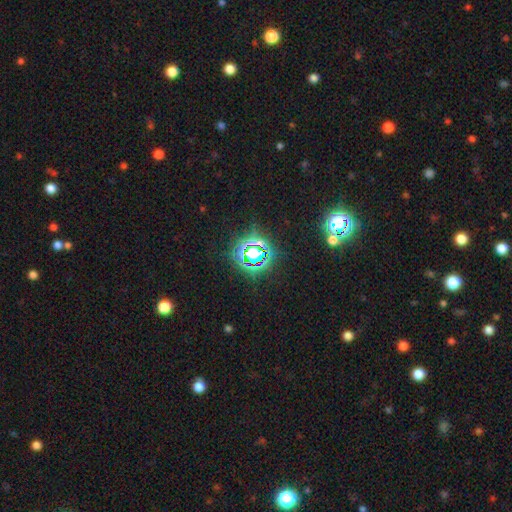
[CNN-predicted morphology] A star or artifact, not a galaxy (75%).